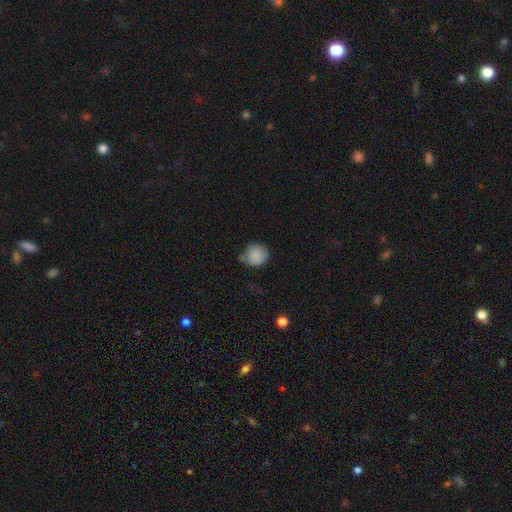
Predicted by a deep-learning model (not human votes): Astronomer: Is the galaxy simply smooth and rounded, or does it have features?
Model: smooth — 87%.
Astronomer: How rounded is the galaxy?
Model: round — 87%.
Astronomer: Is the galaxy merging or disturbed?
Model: none — 61%.